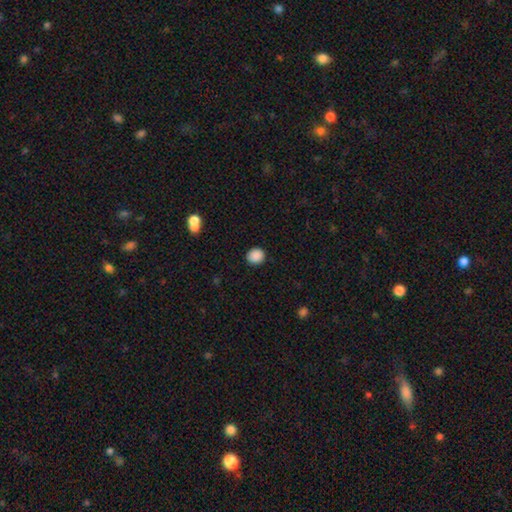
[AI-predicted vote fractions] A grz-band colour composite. It shows a smooth galaxy with no disk features (88%) that is round (79%). Merging: none (90%).